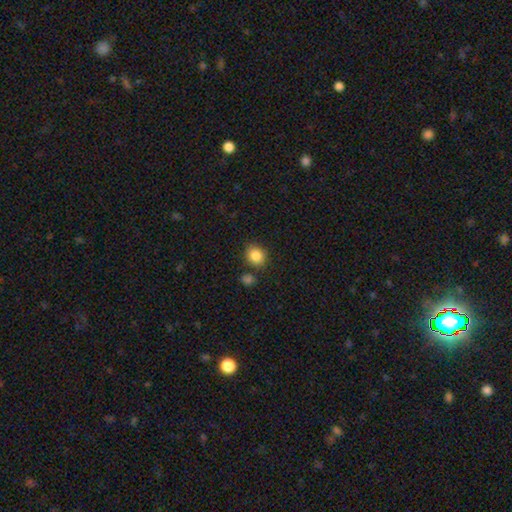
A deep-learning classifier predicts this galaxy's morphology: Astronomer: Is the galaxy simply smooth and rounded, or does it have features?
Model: smooth — 85%.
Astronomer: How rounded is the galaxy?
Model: round — 71%.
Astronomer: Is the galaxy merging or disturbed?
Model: none — 79%.